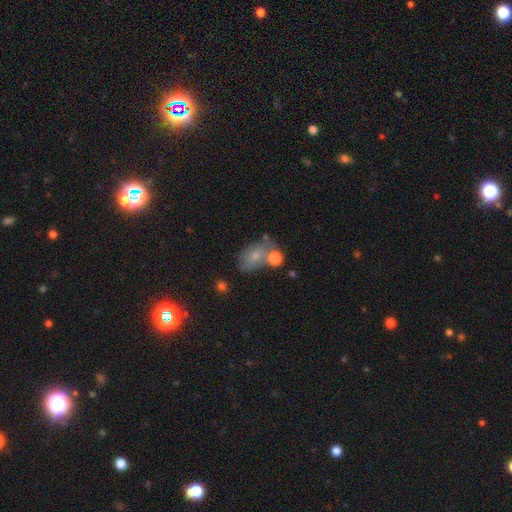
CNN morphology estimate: Smooth or featured? Predicted: smooth (p=0.67). How rounded? Predicted: in between (p=0.80). Merging? Predicted: none (p=0.43).